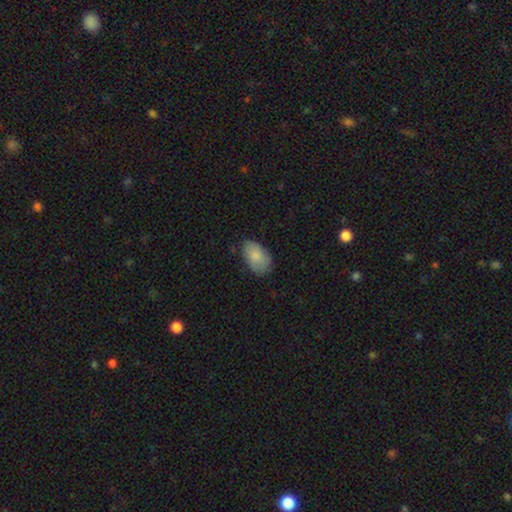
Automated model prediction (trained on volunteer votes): Overall: smooth (82%). How rounded: in between (92%). Merging: none (74%).